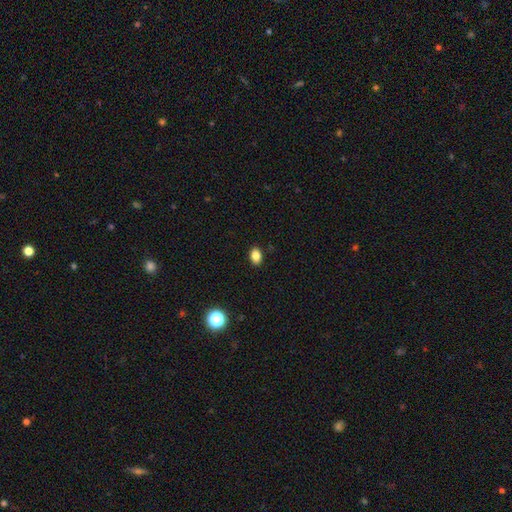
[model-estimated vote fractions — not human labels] The model was most divided on "how rounded": in between: 80%, round: 19%, cigar-shaped: 1%. More confident: merging — none (90%); smooth or featured — smooth (84%).